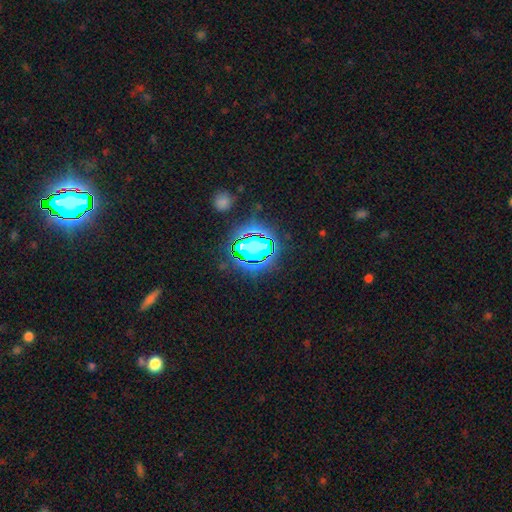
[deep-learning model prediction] smooth_or_featured: star or artifact (p=0.71) [alt: smooth p=0.17]